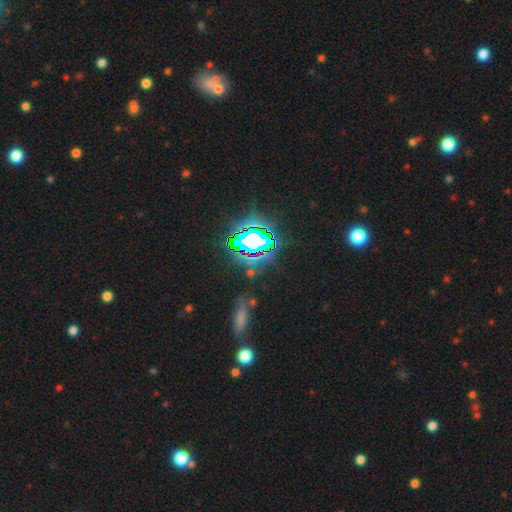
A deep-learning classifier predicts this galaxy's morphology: star or artifact 78%, smooth 13%, featured or disk 9%.